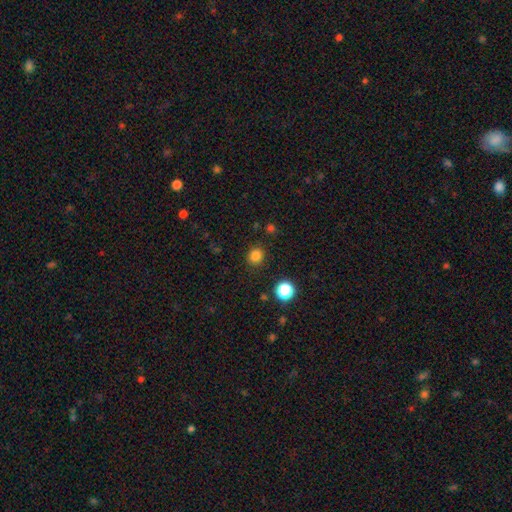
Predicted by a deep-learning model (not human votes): A smooth galaxy with no disk features (83%) that is round (81%).

Vote fractions:
- Smooth or featured? smooth: 83% / star or artifact: 14% / featured or disk: 4%
- How rounded? round: 81% / in between: 18% / cigar-shaped: 1%
- Merging? none: 88% / minor disturbance: 7% / major disturbance: 3% / merger: 2%